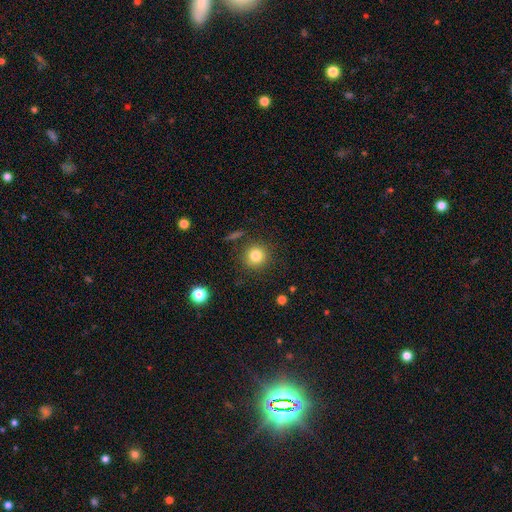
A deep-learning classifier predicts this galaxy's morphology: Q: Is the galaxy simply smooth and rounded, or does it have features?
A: smooth — 82%.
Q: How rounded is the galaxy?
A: round — 93%.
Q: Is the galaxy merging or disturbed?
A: none — 87%.